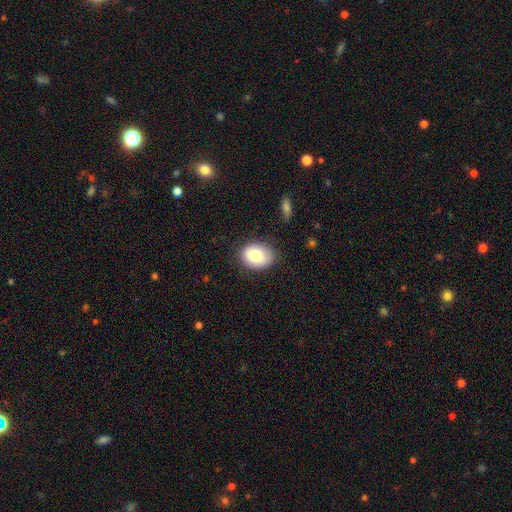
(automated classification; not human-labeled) Morphology: type=smooth (78%); roundness=in between (66%); merging=none (81%).